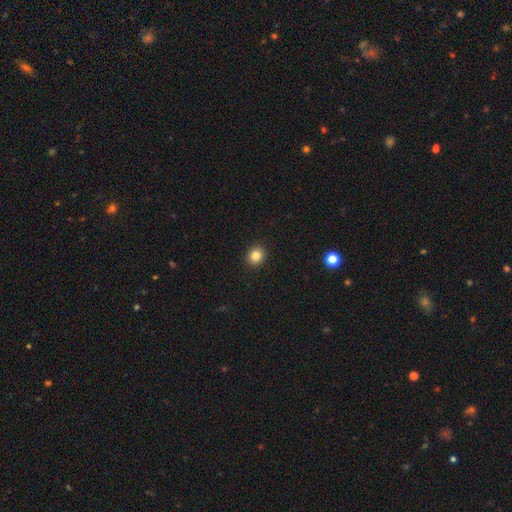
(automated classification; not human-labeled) This is clearly a smooth galaxy (83%). How rounded: clearly round (82%). Merging: clearly none (93%).